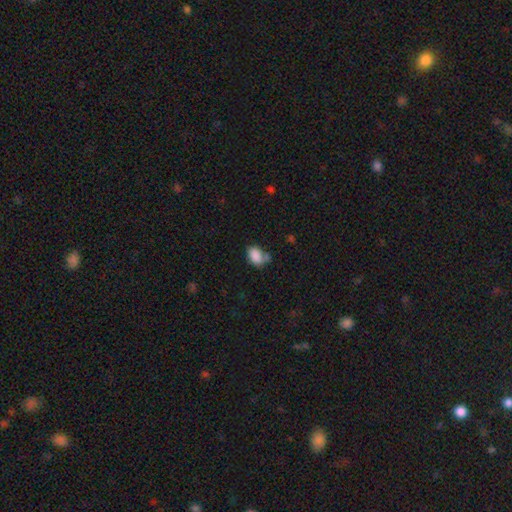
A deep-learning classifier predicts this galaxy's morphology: Smooth or featured? Predicted: smooth (p=0.85). How rounded? Predicted: in between (p=0.83). Merging? Predicted: none (p=0.48).